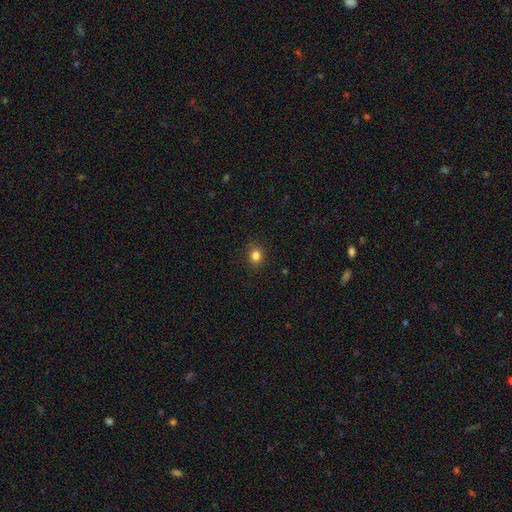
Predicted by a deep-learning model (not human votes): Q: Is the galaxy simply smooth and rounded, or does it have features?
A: smooth — 82%.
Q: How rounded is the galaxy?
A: round — 77%.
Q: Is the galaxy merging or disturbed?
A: none — 88%.